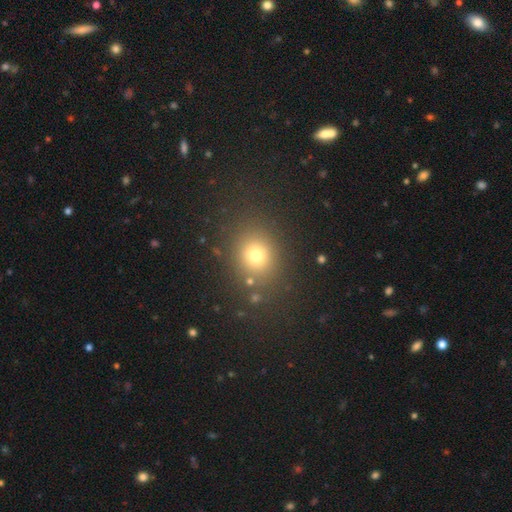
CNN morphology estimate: Q: Smooth or featured?
A: smooth (71%); runner-up: star or artifact (20%)
Q: How rounded?
A: round (67%); runner-up: in between (32%)
Q: Merging?
A: none (83%); runner-up: minor disturbance (9%)